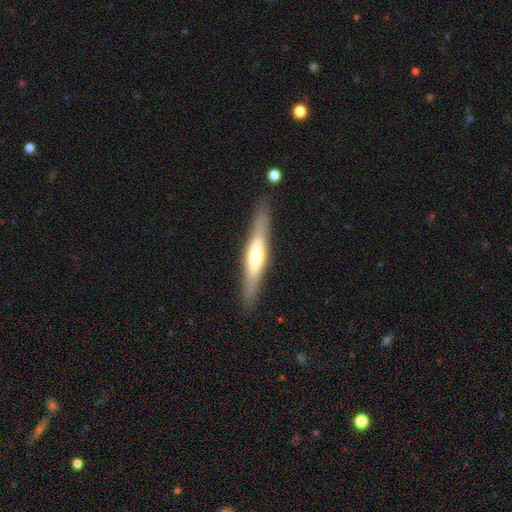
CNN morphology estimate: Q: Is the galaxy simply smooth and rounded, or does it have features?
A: featured or disk — 58%.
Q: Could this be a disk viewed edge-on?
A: yes — 90%.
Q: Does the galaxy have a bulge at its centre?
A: rounded — 81%.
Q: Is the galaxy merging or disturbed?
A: none — 88%.